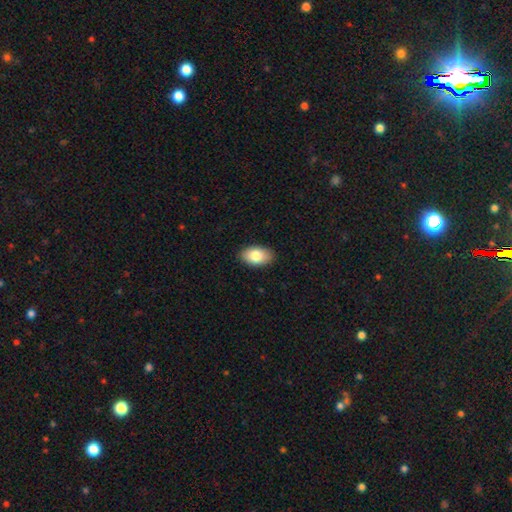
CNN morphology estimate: Smooth or featured? Predicted: smooth (p=0.83). How rounded? Predicted: in between (p=0.93). Merging? Predicted: none (p=0.88).